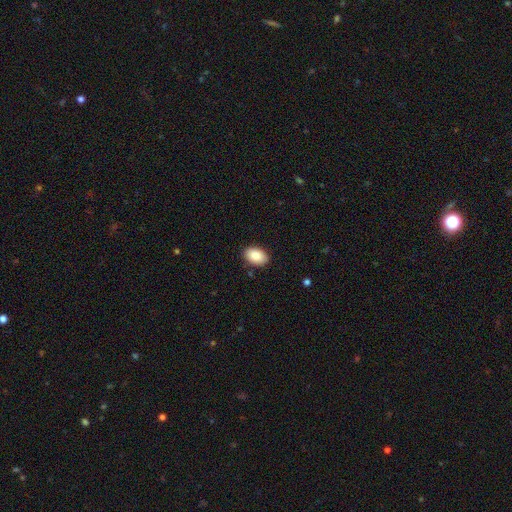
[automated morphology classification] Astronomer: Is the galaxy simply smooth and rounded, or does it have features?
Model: smooth — 88%.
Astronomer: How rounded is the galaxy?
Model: in between — 90%.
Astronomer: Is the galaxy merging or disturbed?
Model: none — 88%.